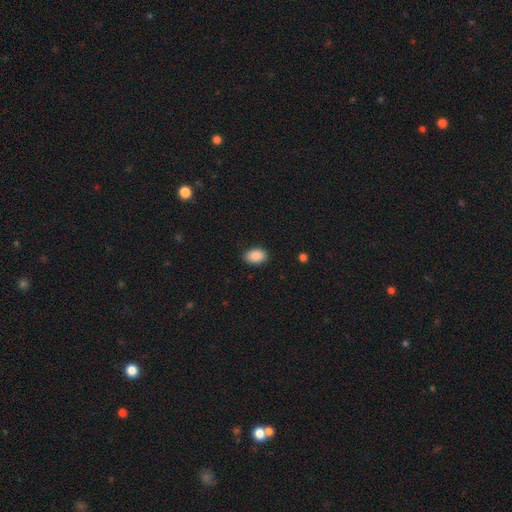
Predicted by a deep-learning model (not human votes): Smooth or featured? Predicted: smooth (p=0.89). How rounded? Predicted: in between (p=0.87). Merging? Predicted: none (p=0.88).